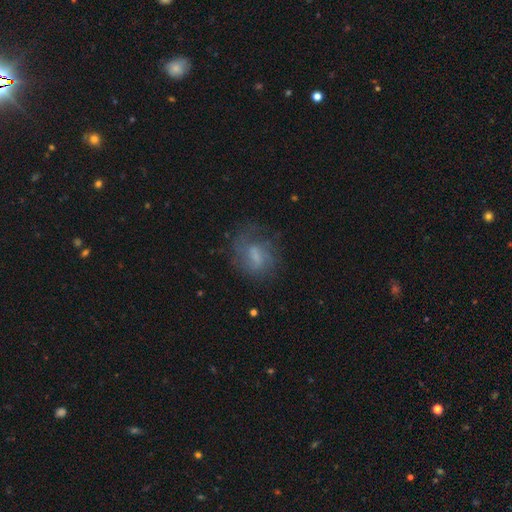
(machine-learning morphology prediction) A featured or disk galaxy (48%).

Vote fractions:
- Smooth or featured? featured or disk: 48% / smooth: 41% / star or artifact: 11%
- Merging? none: 57% / minor disturbance: 22% / major disturbance: 19% / merger: 3%